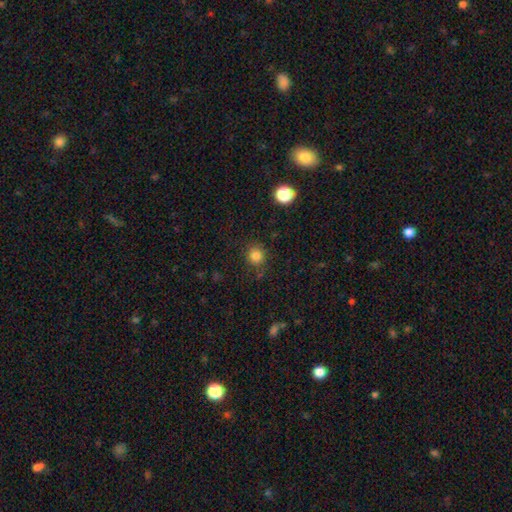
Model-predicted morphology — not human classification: Smooth or featured: smooth — 83% (star or artifact — 12%)
How rounded: round — 91% (in between — 8%)
Merging: none — 83% (minor disturbance — 10%)